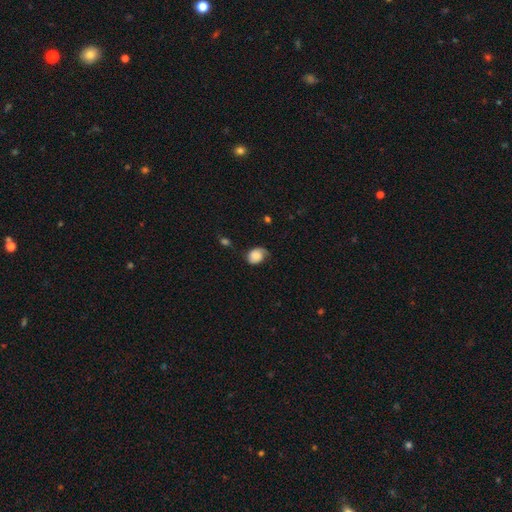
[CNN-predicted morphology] Q: Smooth or featured?
A: smooth (70%); runner-up: featured or disk (21%)
Q: How rounded?
A: in between (58%); runner-up: round (41%)
Q: Merging?
A: none (44%); runner-up: minor disturbance (37%)